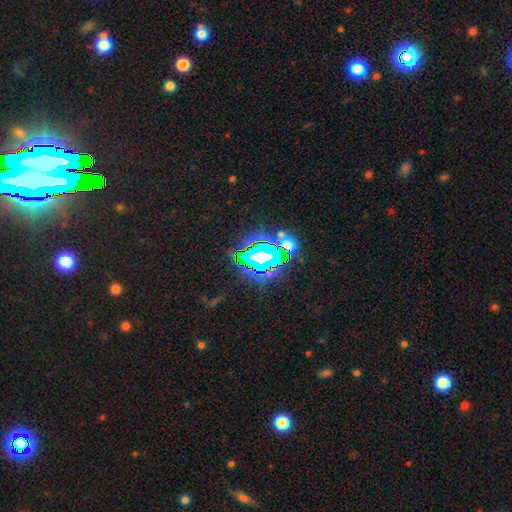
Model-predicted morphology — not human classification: smooth_or_featured: star or artifact (p=0.70) [alt: smooth p=0.16]